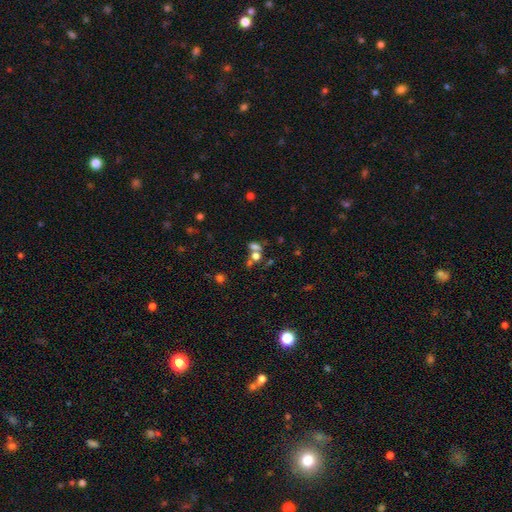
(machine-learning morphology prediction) Smooth or featured? Predicted: smooth (p=0.59). How rounded? Predicted: in between (p=0.52). Merging? Predicted: merger (p=0.47).